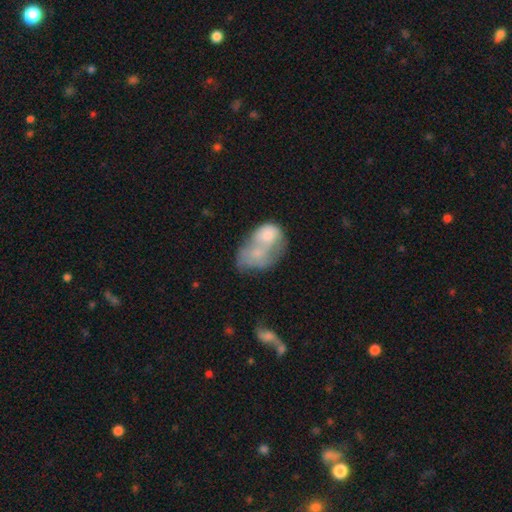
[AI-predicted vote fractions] The model was most divided on "smooth or featured": smooth: 57%, featured or disk: 36%, star or artifact: 8%. More confident: how rounded — in between (79%); merging — merger (67%).